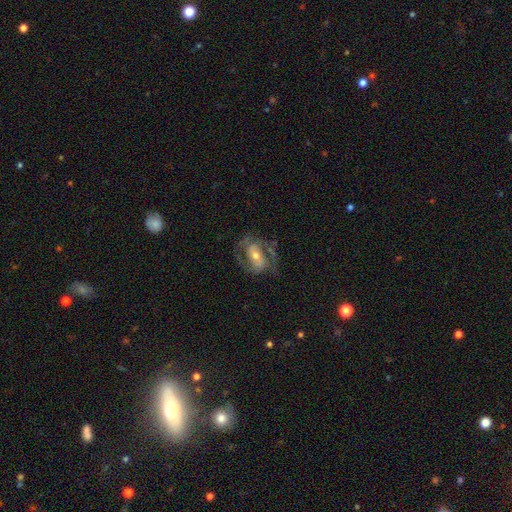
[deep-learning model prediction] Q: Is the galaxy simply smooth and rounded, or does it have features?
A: featured or disk — 78%.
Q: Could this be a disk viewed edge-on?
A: no — 96%.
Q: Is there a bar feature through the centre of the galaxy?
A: weak — 35%.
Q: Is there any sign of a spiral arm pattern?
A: yes — 88%.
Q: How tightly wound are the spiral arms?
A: medium — 52%.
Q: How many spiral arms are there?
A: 2 — 79%.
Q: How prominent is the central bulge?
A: moderate — 47%.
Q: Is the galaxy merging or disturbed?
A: none — 65%.